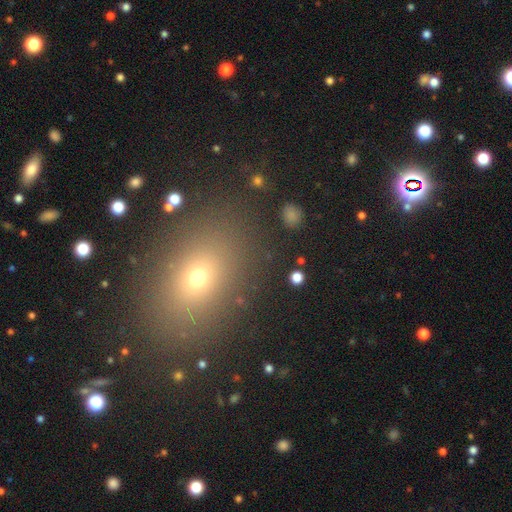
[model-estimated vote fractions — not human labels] Smooth or featured: smooth — 62% (star or artifact — 27%)
How rounded: in between — 65% (round — 33%)
Merging: none — 85% (minor disturbance — 8%)